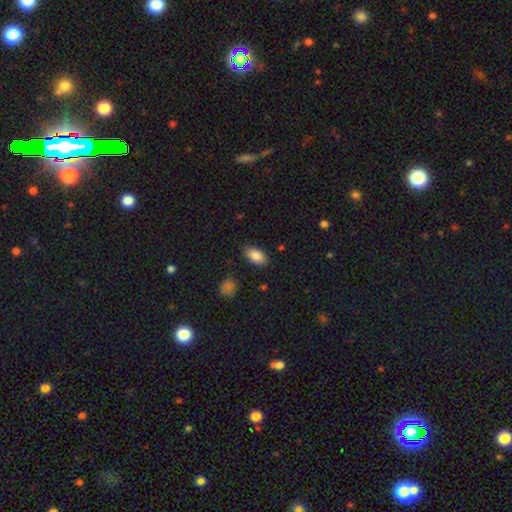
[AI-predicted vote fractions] Overall: smooth (85%). How rounded: in between (92%). Merging: none (86%).